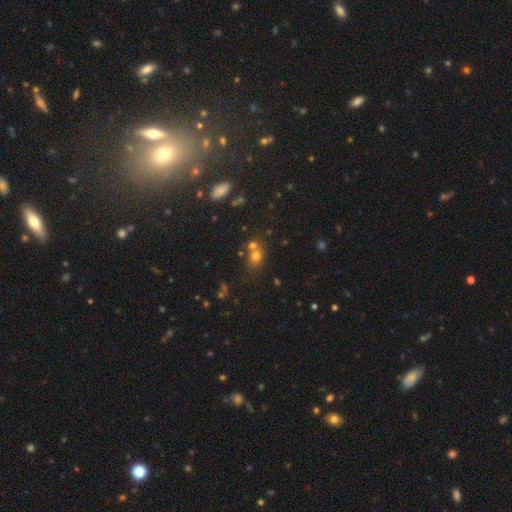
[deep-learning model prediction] Morphology: type=smooth (65%); roundness=round (67%); merging=none (49%).